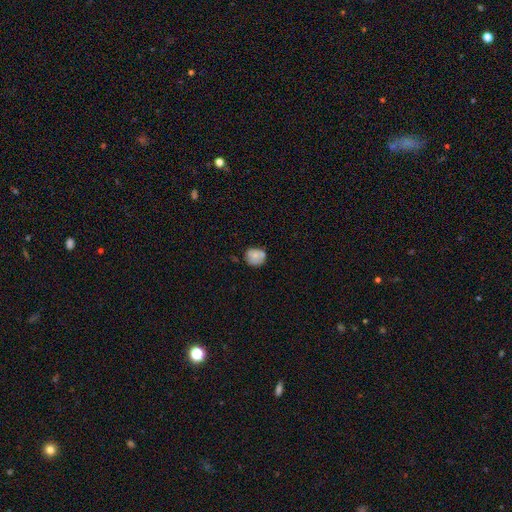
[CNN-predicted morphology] Smooth or featured: smooth — 74% (featured or disk — 18%)
How rounded: round — 76% (in between — 23%)
Merging: none — 57% (minor disturbance — 21%)